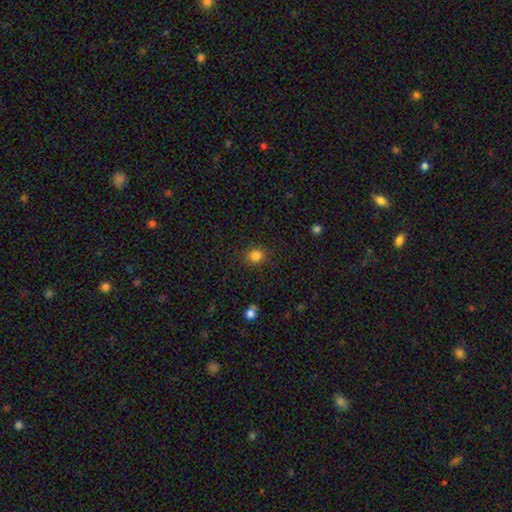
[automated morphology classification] Q: Smooth or featured?
A: smooth (83%); runner-up: star or artifact (12%)
Q: How rounded?
A: round (80%); runner-up: in between (19%)
Q: Merging?
A: none (88%); runner-up: minor disturbance (8%)